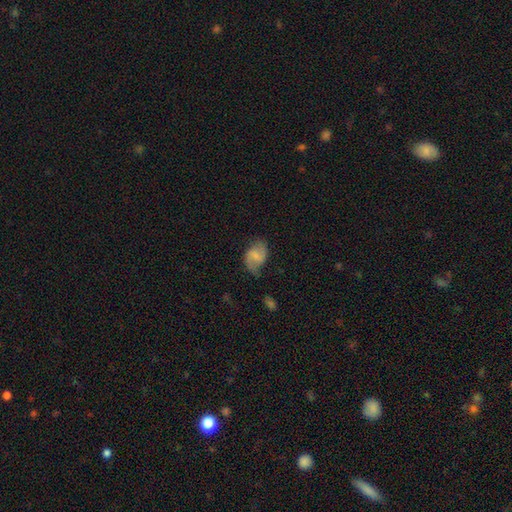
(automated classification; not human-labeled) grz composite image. It shows a featured or disk galaxy (58%) with a weak bar (52%), 2 (88%) loose (47%) spiral arms (90%) and a small central bulge (45%). Merging: none (61%).